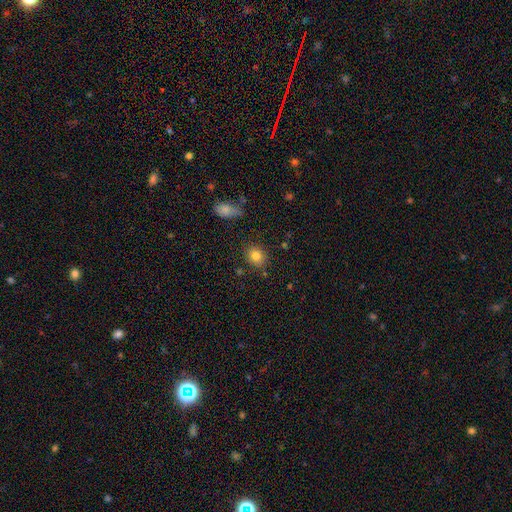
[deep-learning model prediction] Smooth or featured: smooth — 81% (star or artifact — 10%)
How rounded: round — 65% (in between — 34%)
Merging: none — 84% (minor disturbance — 11%)